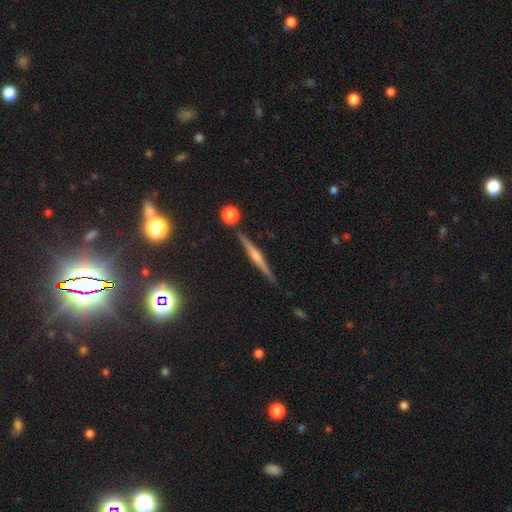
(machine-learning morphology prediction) smooth-or-featured: featured or disk: 72% | smooth: 17% | star or artifact: 10%
  disk-edge-on: yes: 98% | no: 2%
    edge-on-bulge: rounded: 76% | boxy: 12% | none: 12%
  merging: none: 88% | minor disturbance: 8% | merger: 3% | major disturbance: 2%